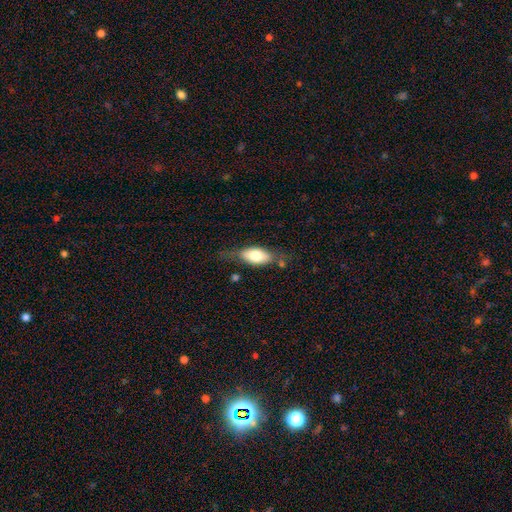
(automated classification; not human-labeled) Overall: smooth (68%). How rounded: in between (84%). Merging: none (61%; minor disturbance 25%).